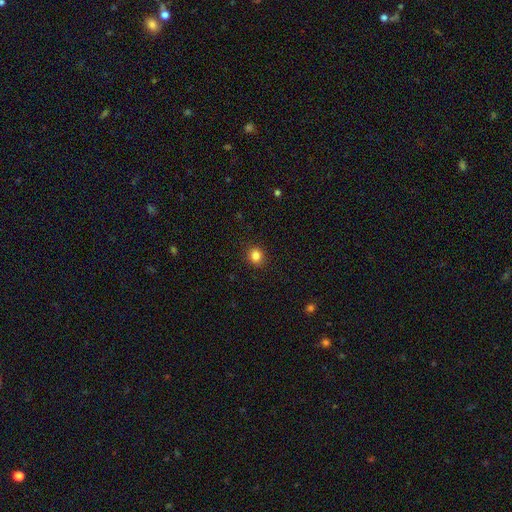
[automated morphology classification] Smooth or featured: smooth — 85% (star or artifact — 11%)
How rounded: round — 79% (in between — 20%)
Merging: none — 91% (minor disturbance — 6%)